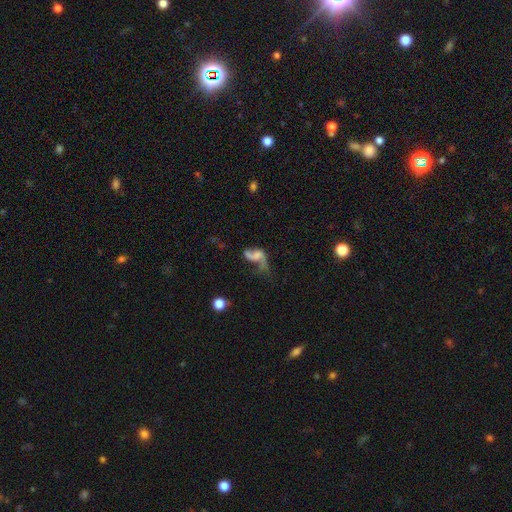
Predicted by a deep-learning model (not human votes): Overall: featured or disk (59%; smooth 28%). Edge-on disk: no (96%). Bar: no (67%). Spiral arms: yes (69%; no 31%). Bulge size: none (55%; small 22%). Merging: major disturbance (45%; none 24%).